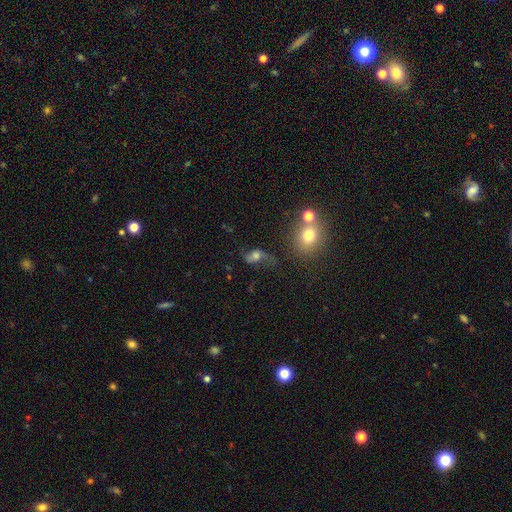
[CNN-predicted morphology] featured or disk 45%, smooth 40%, star or artifact 15%. Down the decision tree: merging — none (40%).